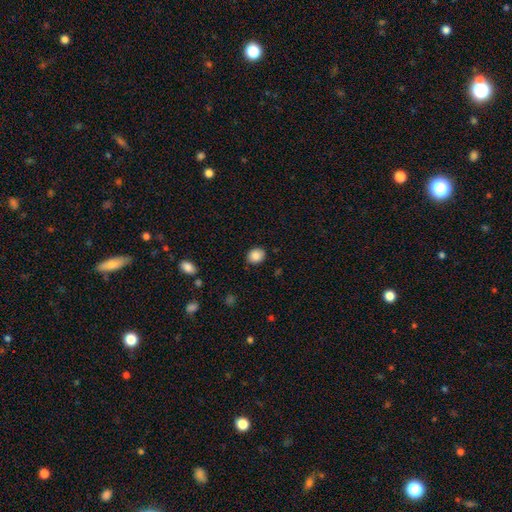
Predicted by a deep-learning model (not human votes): This is clearly a smooth galaxy (88%). How rounded: possibly round (58%). Merging: clearly none (85%).